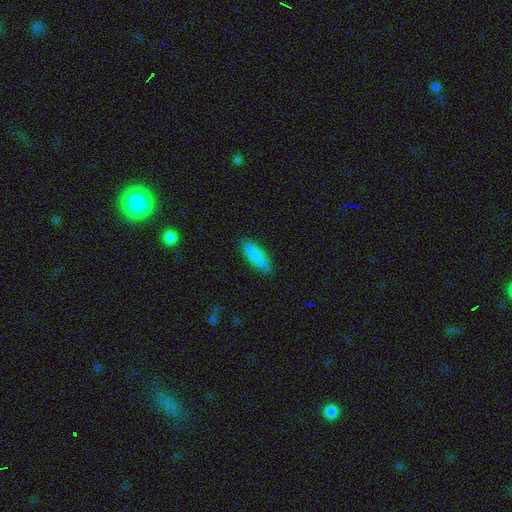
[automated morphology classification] Q: Smooth or featured?
A: smooth (87%); runner-up: star or artifact (6%)
Q: How rounded?
A: in between (50%); runner-up: cigar-shaped (49%)
Q: Merging?
A: none (87%); runner-up: minor disturbance (10%)